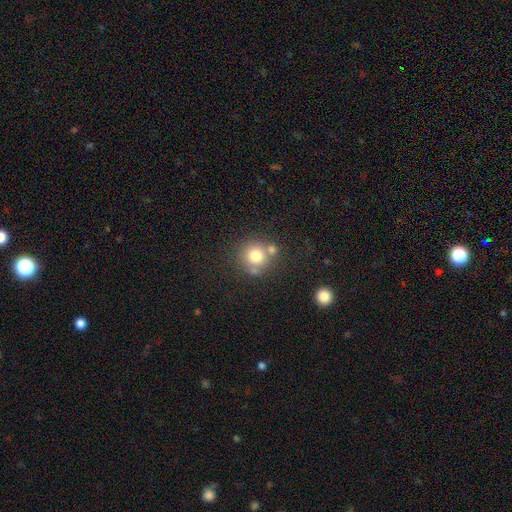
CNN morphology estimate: Smooth or featured?
  - smooth: 76% *
  - featured or disk: 12%
  - star or artifact: 12%
How rounded?
  - round: 90% *
  - in between: 9%
  - cigar-shaped: 1%
Merging?
  - none: 62% *
  - merger: 23%
  - minor disturbance: 11%
  - major disturbance: 4%